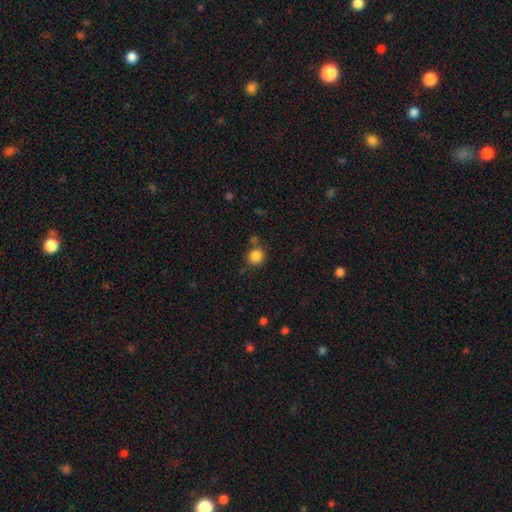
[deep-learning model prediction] Smooth or featured?
  - smooth: 85% *
  - star or artifact: 11%
  - featured or disk: 4%
How rounded?
  - round: 90% *
  - in between: 9%
  - cigar-shaped: 1%
Merging?
  - none: 71% *
  - minor disturbance: 13%
  - merger: 11%
  - major disturbance: 4%